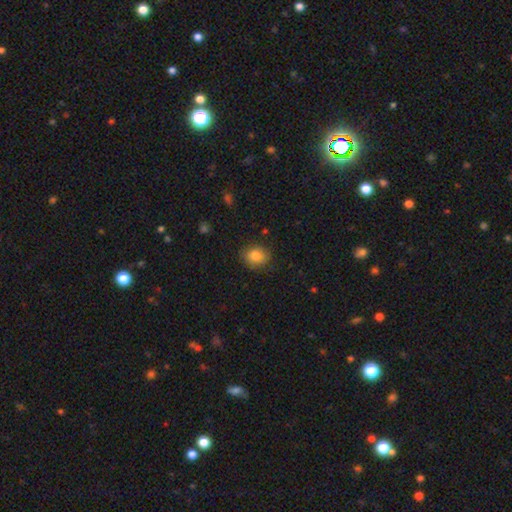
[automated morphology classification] Smooth or featured? smooth (83%)
How rounded? round (53%)
Merging? none (78%)